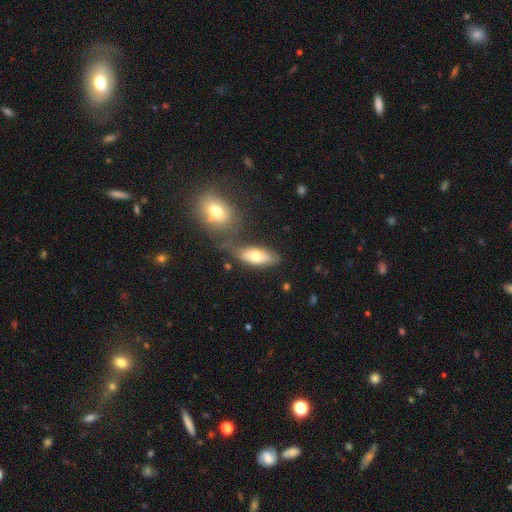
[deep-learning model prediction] smooth_or_featured: smooth (p=0.68) [alt: featured or disk p=0.25]
how_rounded: in between (p=0.81) [alt: cigar-shaped p=0.16]
merging: none (p=0.58) [alt: merger p=0.18]